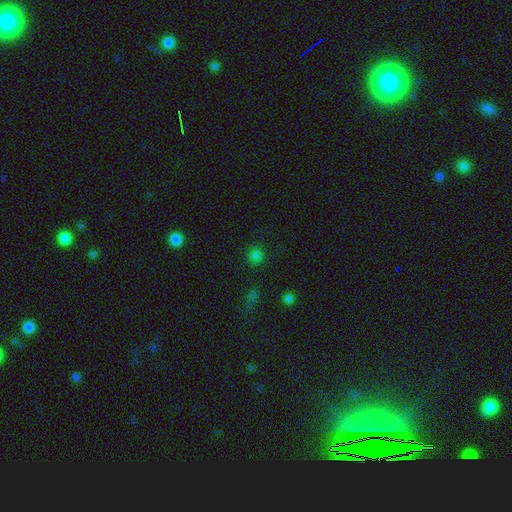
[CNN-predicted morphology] Smooth or featured? smooth (77%)
How rounded? round (93%)
Merging? none (88%)